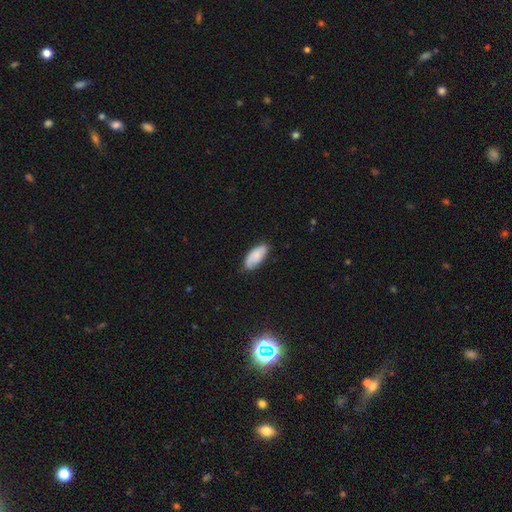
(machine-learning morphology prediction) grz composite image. It shows a smooth galaxy with no disk features (80%) that is in between round and cigar-shaped (88%). Merging: none (75%).